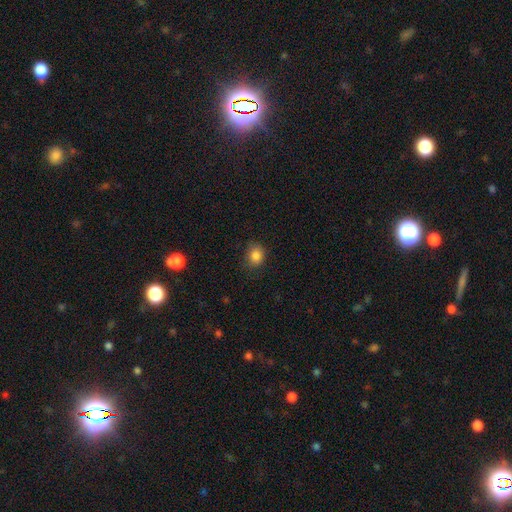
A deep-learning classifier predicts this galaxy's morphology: Q: Smooth or featured?
A: smooth (85%); runner-up: star or artifact (11%)
Q: How rounded?
A: round (62%); runner-up: in between (37%)
Q: Merging?
A: none (77%); runner-up: minor disturbance (17%)